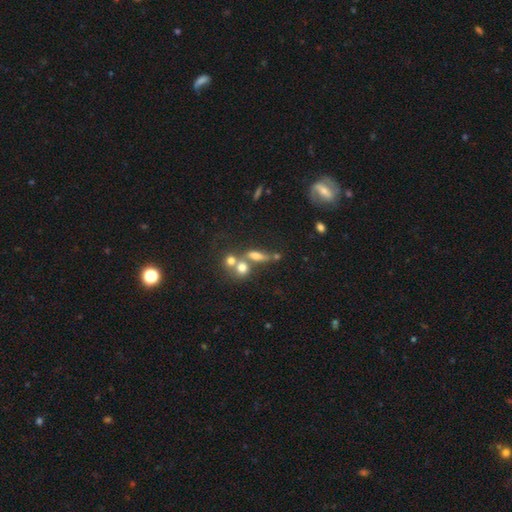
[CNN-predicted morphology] The model was most divided on "merging": merger: 40%, none: 39%, minor disturbance: 12%, major disturbance: 9%. Remaining: smooth or featured — smooth (60%); how rounded — in between (44%).